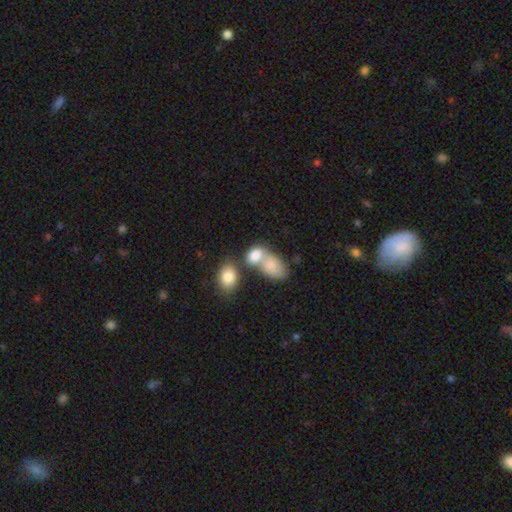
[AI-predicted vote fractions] This is likely a smooth galaxy (79%). How rounded: clearly in between (82%). Merging: possibly merger (54%).